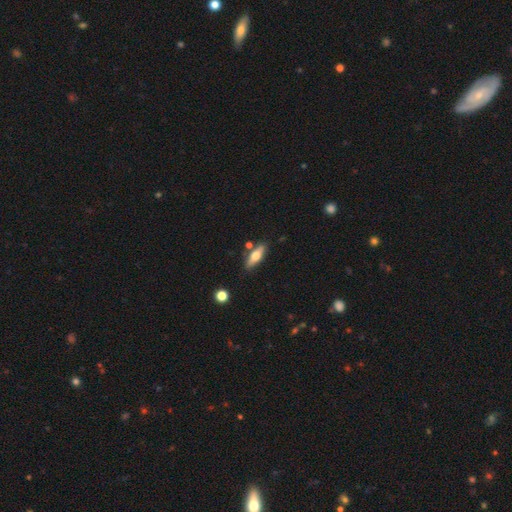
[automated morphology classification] This appears to be a smooth galaxy with no disk features (52%) that is in between round and cigar-shaped (53%). Merging: none (78%).